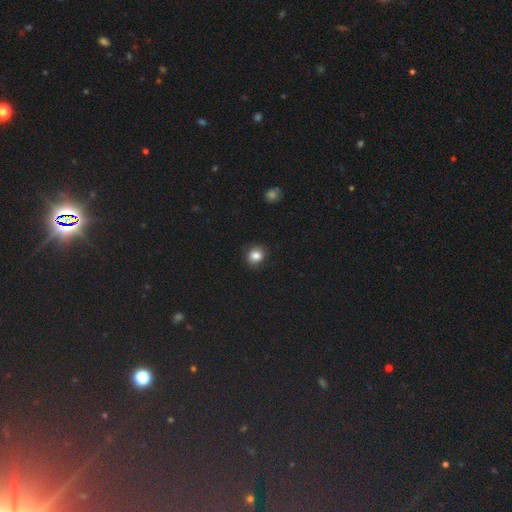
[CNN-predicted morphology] This is clearly a smooth galaxy (84%). How rounded: likely round (79%). Merging: clearly none (87%).